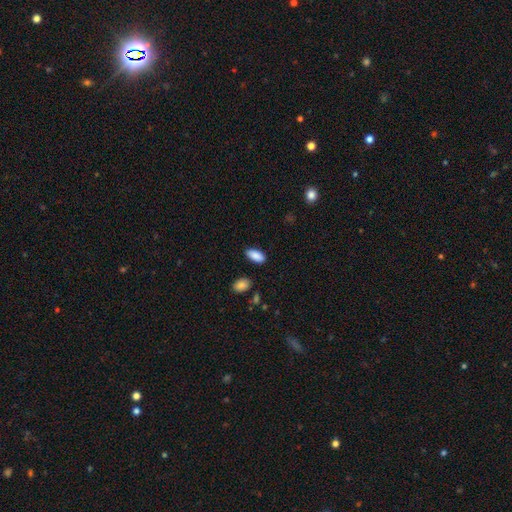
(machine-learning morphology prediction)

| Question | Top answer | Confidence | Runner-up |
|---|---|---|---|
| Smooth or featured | smooth | 89% | star or artifact (7%) |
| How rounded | in between | 91% | cigar-shaped (7%) |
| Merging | none | 83% | minor disturbance (12%) |